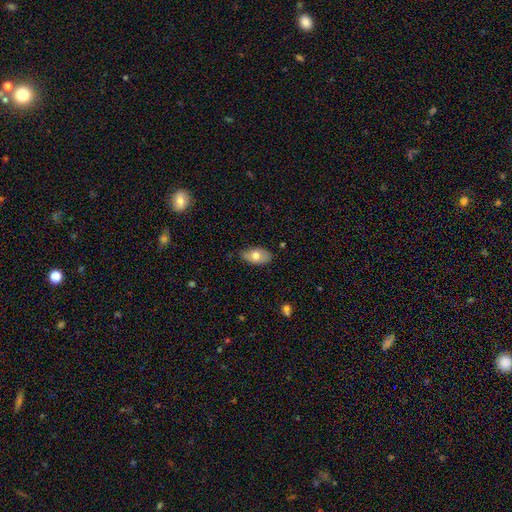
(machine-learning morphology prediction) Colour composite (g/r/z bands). It shows a smooth galaxy with no disk features (67%) that is in between round and cigar-shaped (92%). Merging: none (76%).